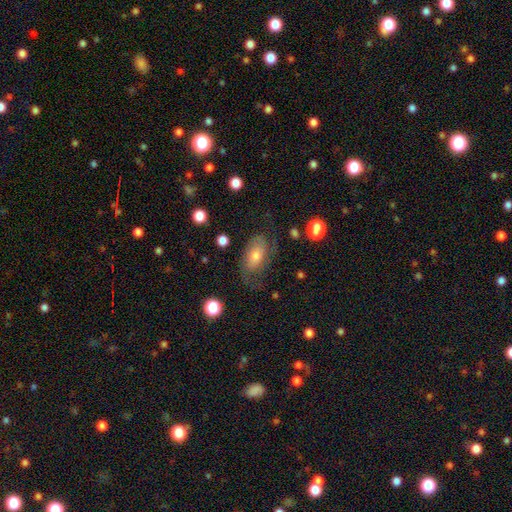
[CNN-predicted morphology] Smooth or featured? Predicted: featured or disk (p=0.49). Merging? Predicted: none (p=0.60).